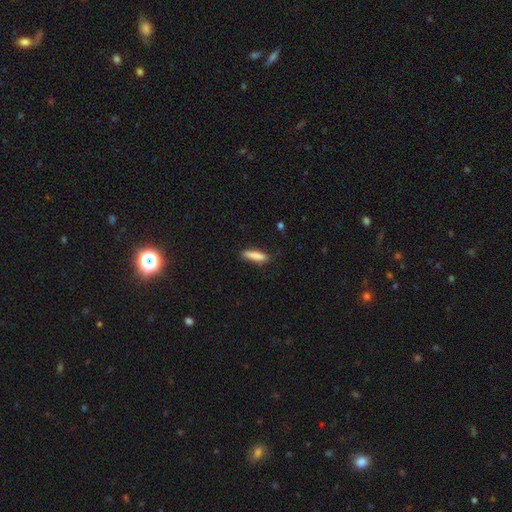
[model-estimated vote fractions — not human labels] smooth-or-featured: smooth: 85% | featured or disk: 9% | star or artifact: 7%
  how-rounded: cigar-shaped: 74% | in between: 24% | round: 2%
  merging: none: 79% | minor disturbance: 17% | major disturbance: 3% | merger: 2%